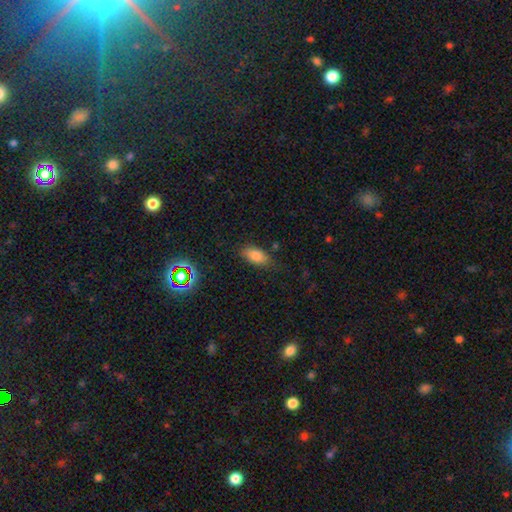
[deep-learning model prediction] smooth 81%, star or artifact 10%, featured or disk 8%. Down the decision tree: how rounded — in between (89%); merging — none (78%).